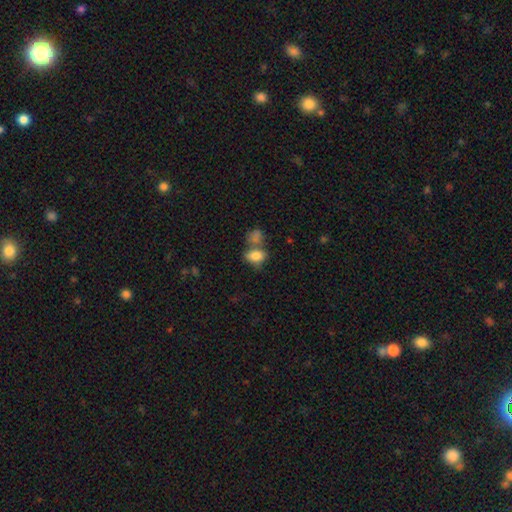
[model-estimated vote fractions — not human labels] Morphology: type=smooth (82%); roundness=in between (79%); merging=none (45%).